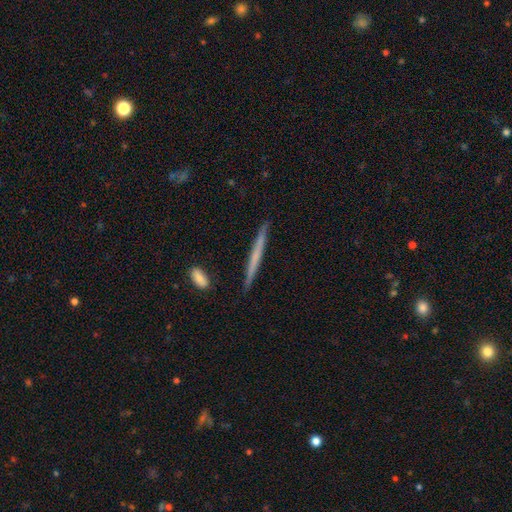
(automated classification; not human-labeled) Smooth or featured? Predicted: smooth (p=0.48). Merging? Predicted: none (p=0.89).